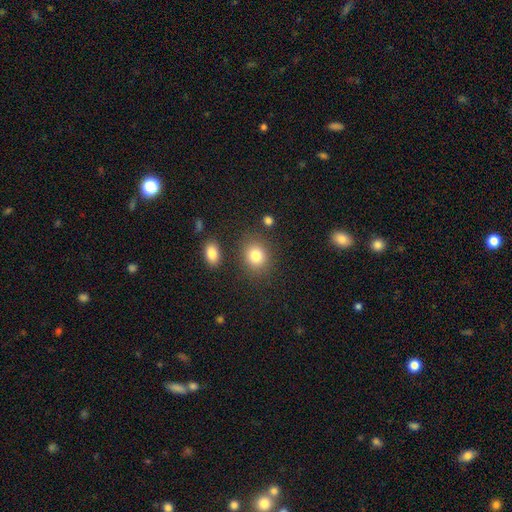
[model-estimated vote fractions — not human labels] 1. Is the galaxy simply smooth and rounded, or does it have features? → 82% smooth, 11% star or artifact, 8% featured or disk.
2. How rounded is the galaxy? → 62% round, 37% in between, 1% cigar-shaped.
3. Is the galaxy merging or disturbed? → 81% none, 10% minor disturbance, 5% merger, 4% major disturbance.